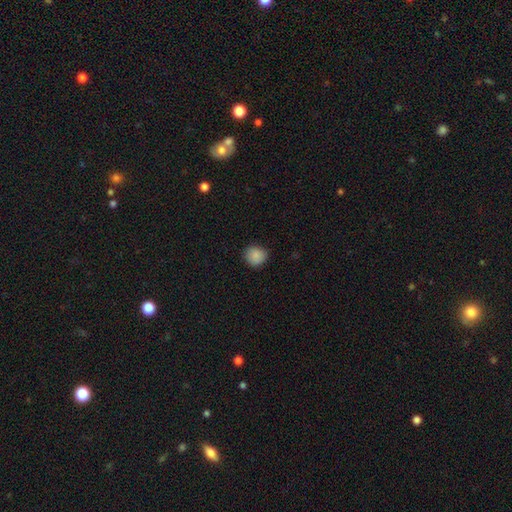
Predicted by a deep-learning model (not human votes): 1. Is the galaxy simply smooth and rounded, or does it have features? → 88% smooth, 9% star or artifact, 3% featured or disk.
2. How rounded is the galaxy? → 88% round, 11% in between, 1% cigar-shaped.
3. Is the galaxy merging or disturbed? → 86% none, 10% minor disturbance, 2% major disturbance, 1% merger.